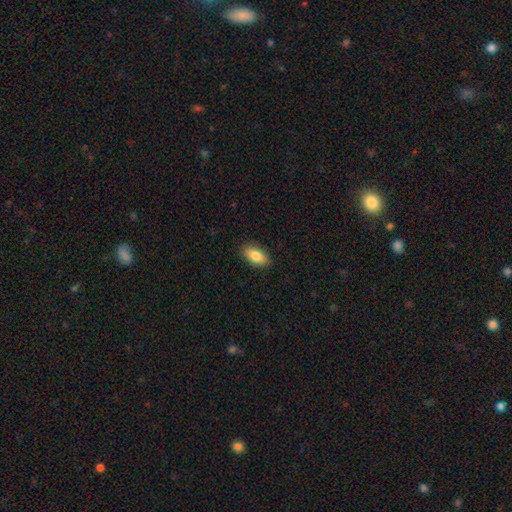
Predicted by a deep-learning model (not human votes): The model was most divided on "smooth or featured": smooth: 84%, featured or disk: 10%, star or artifact: 7%. More confident: how rounded — in between (90%); merging — none (88%).